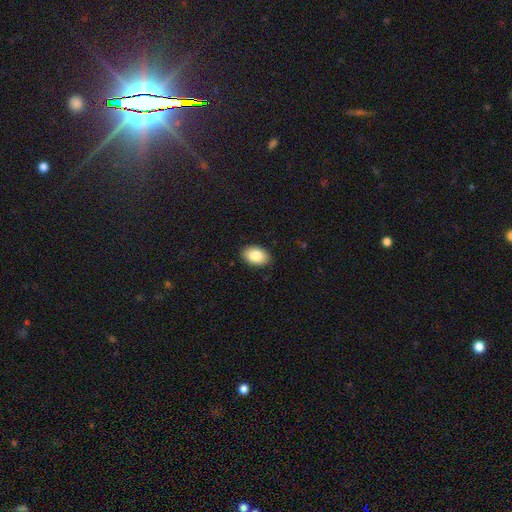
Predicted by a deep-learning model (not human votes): smooth_or_featured: smooth (p=0.86) [alt: featured or disk p=0.08]
how_rounded: in between (p=0.89) [alt: round p=0.10]
merging: none (p=0.88) [alt: minor disturbance p=0.09]